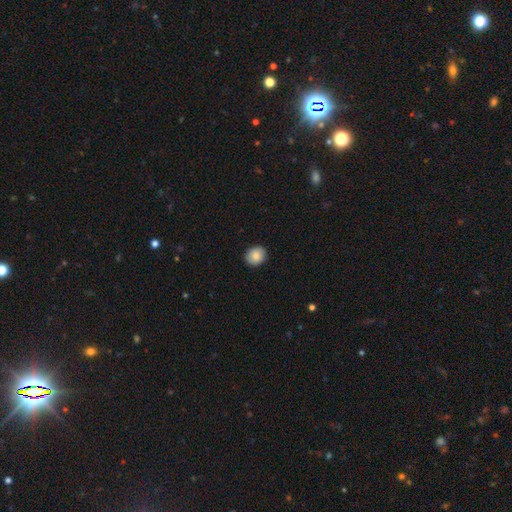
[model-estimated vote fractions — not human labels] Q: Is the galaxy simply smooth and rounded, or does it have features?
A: smooth — 85%.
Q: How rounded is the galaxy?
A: round — 77%.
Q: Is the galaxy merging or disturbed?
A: none — 90%.